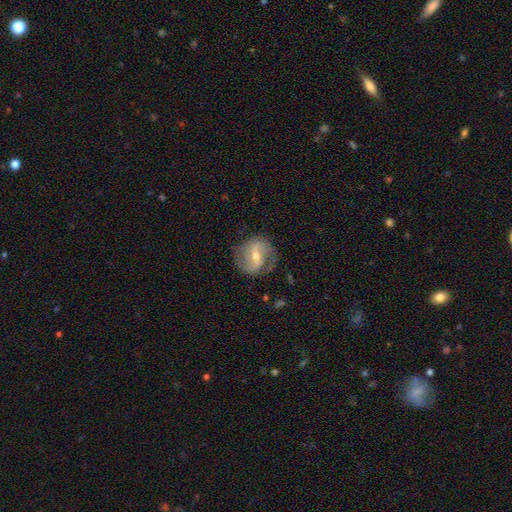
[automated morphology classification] Smooth or featured? featured or disk (78%)
Edge-on disk? no (96%)
Bar? weak (43%, tied with strong)
Spiral arms? yes (87%)
Spiral winding? medium (46%)
Spiral arm count? 2 (84%)
Bulge size? moderate (52%)
Merging? none (73%)